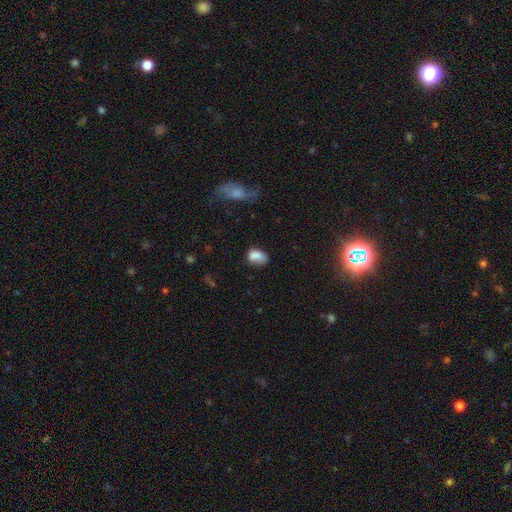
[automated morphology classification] type=smooth (78%); roundness=in between (79%); merging=none (44%).